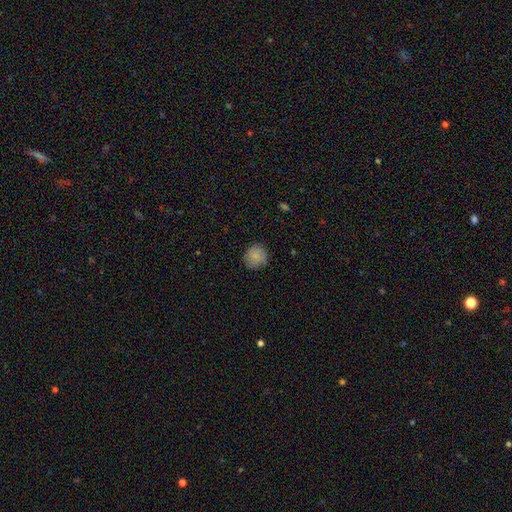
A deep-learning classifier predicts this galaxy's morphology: Smooth or featured? Predicted: smooth (p=0.84). How rounded? Predicted: round (p=0.88). Merging? Predicted: none (p=0.82).